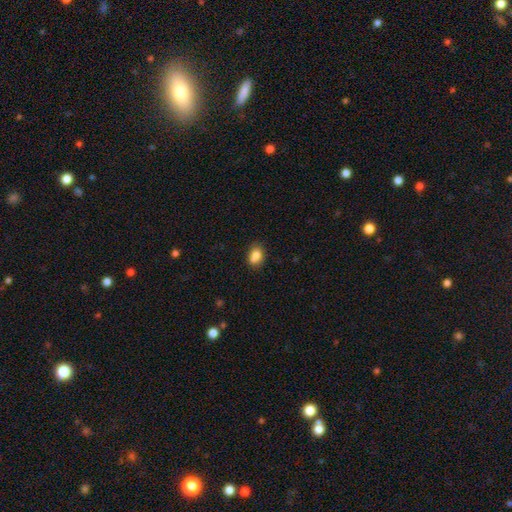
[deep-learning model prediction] Smooth or featured? Predicted: smooth (p=0.78). How rounded? Predicted: in between (p=0.68). Merging? Predicted: none (p=0.56).